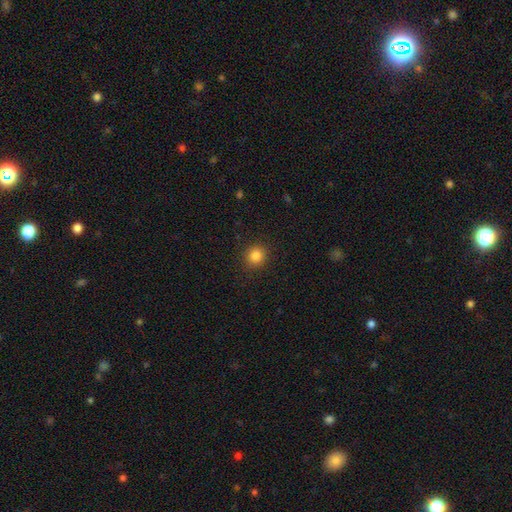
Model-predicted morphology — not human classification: Q: Smooth or featured?
A: smooth (84%); runner-up: star or artifact (12%)
Q: How rounded?
A: round (89%); runner-up: in between (10%)
Q: Merging?
A: none (91%); runner-up: minor disturbance (6%)